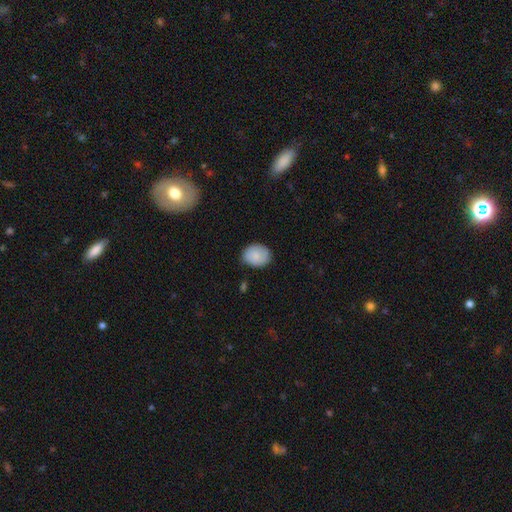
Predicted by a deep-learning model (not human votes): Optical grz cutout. It shows a smooth galaxy with no disk features (81%) that is in between round and cigar-shaped (51%). Merging: none (80%).